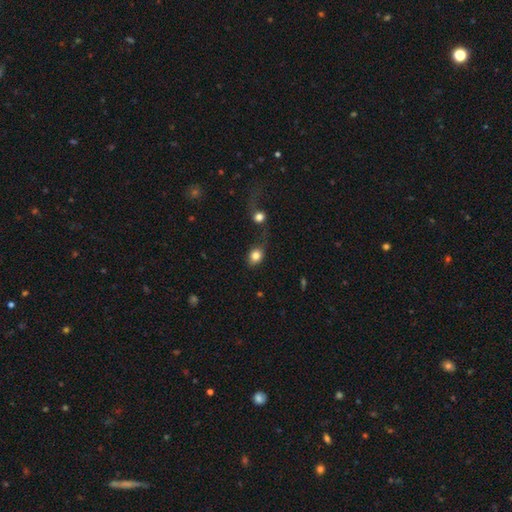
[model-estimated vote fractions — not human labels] This appears to be a smooth galaxy with no disk features (82%) that is round (50%). Merging: none (48%).